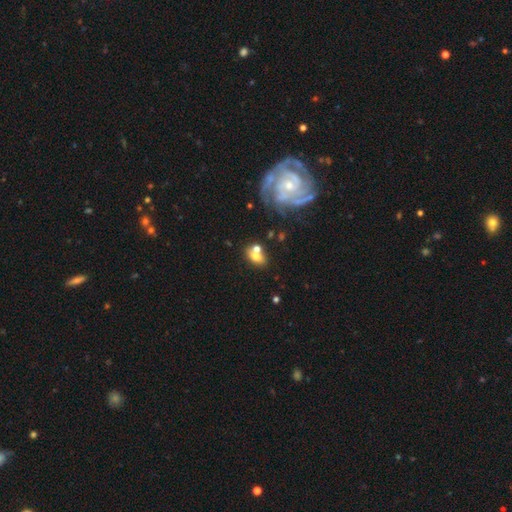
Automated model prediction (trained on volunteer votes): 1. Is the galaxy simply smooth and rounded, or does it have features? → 63% smooth, 25% featured or disk, 12% star or artifact.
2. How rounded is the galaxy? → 70% in between, 28% round, 2% cigar-shaped.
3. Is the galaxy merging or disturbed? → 42% merger, 38% none, 13% minor disturbance, 7% major disturbance.